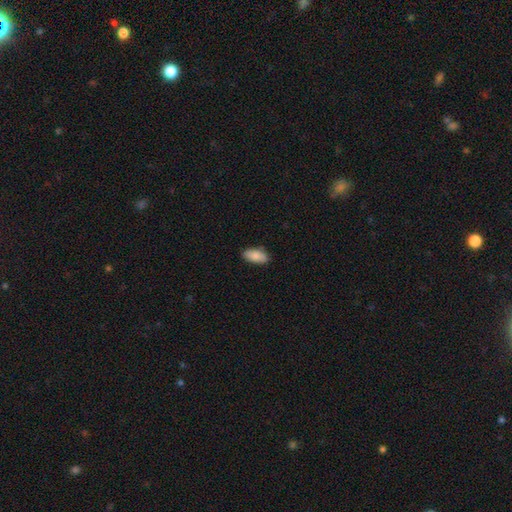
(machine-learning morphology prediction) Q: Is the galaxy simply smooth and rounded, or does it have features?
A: smooth — 87%.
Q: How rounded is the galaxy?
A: in between — 91%.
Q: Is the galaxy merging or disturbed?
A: none — 85%.